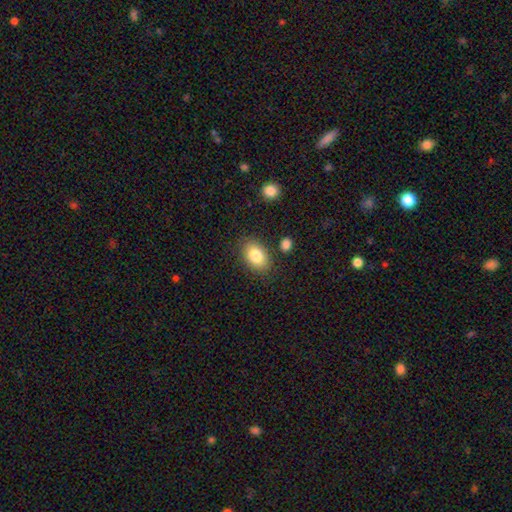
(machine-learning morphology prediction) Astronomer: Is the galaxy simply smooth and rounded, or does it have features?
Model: smooth — 83%.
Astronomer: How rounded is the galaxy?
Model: in between — 85%.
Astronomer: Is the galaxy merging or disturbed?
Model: none — 83%.